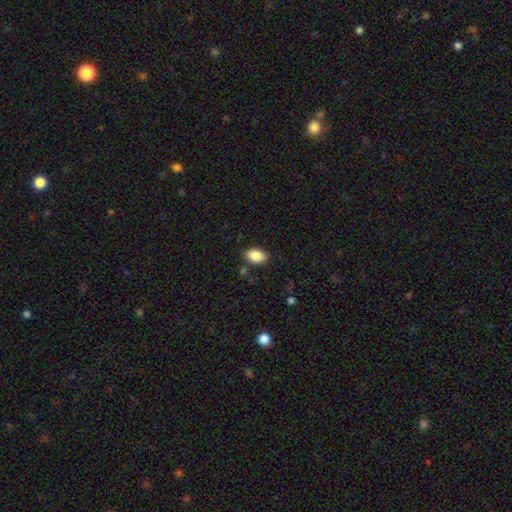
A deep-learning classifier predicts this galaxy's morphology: smooth_or_featured: smooth (p=0.86) [alt: star or artifact p=0.08]
how_rounded: in between (p=0.90) [alt: round p=0.08]
merging: none (p=0.85) [alt: minor disturbance p=0.10]